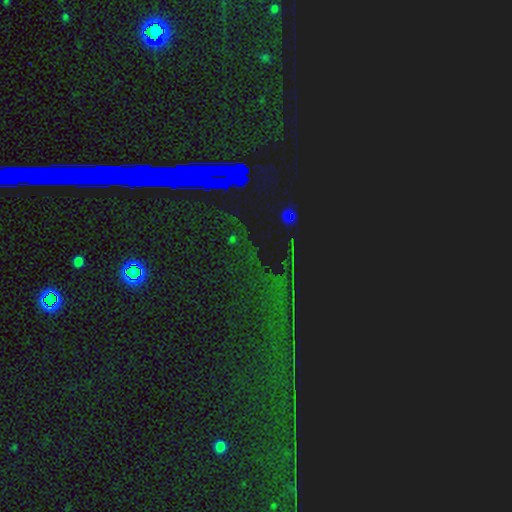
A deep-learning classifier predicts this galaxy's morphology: Smooth or featured?
  - star or artifact: 81% *
  - smooth: 10%
  - featured or disk: 10%